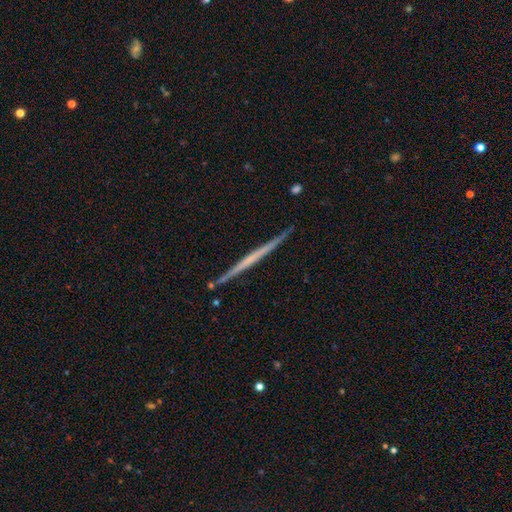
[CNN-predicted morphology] smooth-or-featured: featured or disk: 65% | smooth: 30% | star or artifact: 5%
  disk-edge-on: yes: 98% | no: 2%
    edge-on-bulge: none: 87% | rounded: 8% | boxy: 5%
  merging: none: 91% | minor disturbance: 6% | merger: 1% | major disturbance: 1%